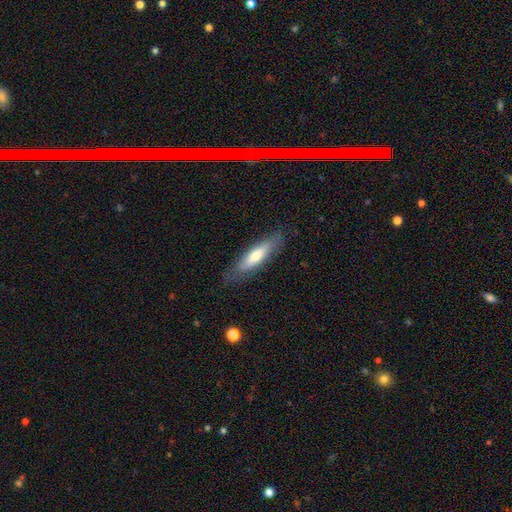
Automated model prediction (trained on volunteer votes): smooth_or_featured: smooth (p=0.64) [alt: featured or disk p=0.31]
how_rounded: cigar-shaped (p=0.67) [alt: in between p=0.31]
merging: none (p=0.80) [alt: minor disturbance p=0.15]